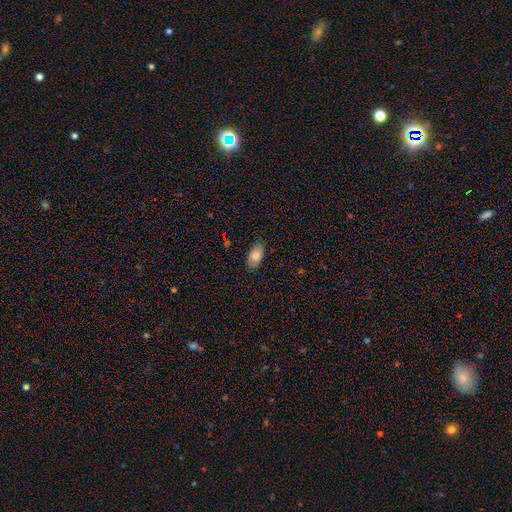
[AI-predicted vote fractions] A smooth galaxy with no disk features (81%) that is in between round and cigar-shaped (92%).

Vote fractions:
- Smooth or featured? smooth: 81% / featured or disk: 11% / star or artifact: 8%
- How rounded? in between: 92% / cigar-shaped: 4% / round: 4%
- Merging? none: 83% / minor disturbance: 14% / major disturbance: 2% / merger: 1%